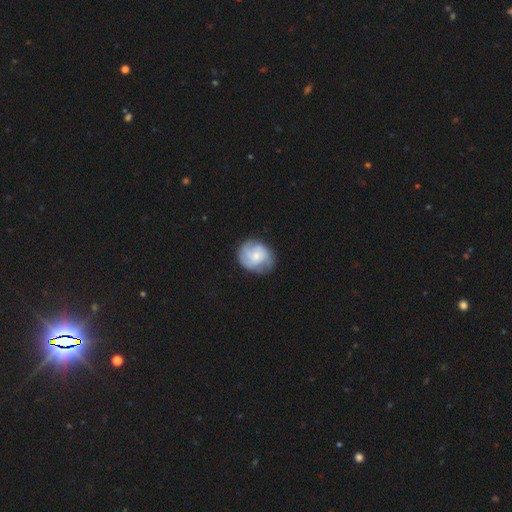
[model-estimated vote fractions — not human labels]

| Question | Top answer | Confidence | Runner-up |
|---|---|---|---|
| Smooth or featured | featured or disk | 53% | smooth (40%) |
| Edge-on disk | no | 98% | yes (2%) |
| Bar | no | 73% | weak (24%) |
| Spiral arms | yes | 85% | no (15%) |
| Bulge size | small | 51% | moderate (36%) |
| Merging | none | 69% | minor disturbance (21%) |